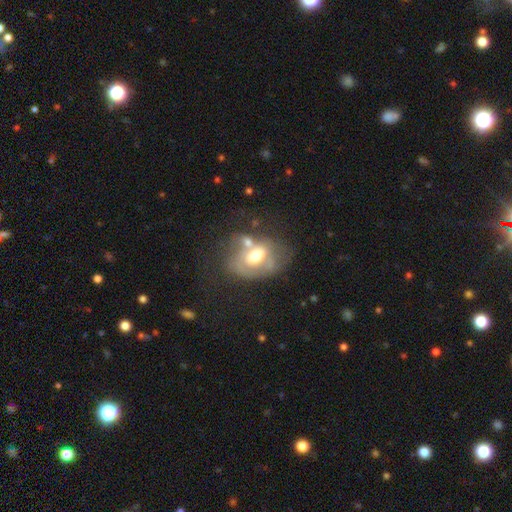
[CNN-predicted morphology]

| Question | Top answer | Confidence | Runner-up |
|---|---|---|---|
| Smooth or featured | featured or disk | 51% | smooth (41%) |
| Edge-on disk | no | 94% | yes (6%) |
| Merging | none | 30% | merger (27%) |